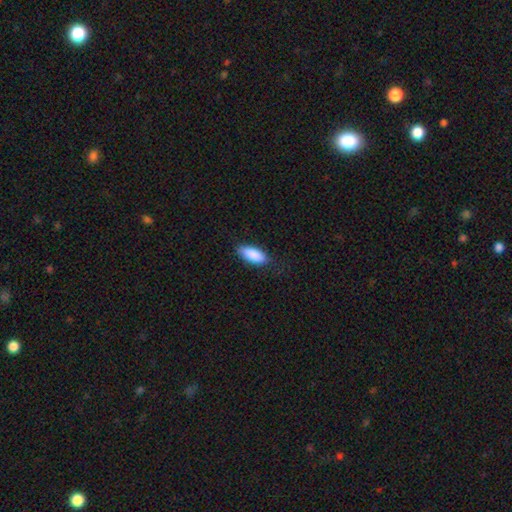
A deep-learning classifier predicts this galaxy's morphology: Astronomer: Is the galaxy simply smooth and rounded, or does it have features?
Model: smooth — 89%.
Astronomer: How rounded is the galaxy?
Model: in between — 81%.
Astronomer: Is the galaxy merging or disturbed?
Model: none — 78%.